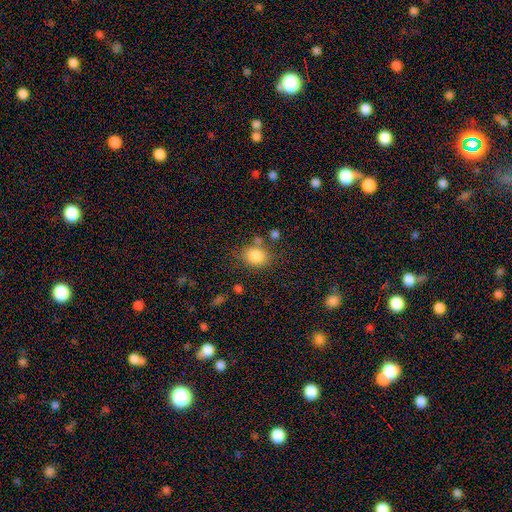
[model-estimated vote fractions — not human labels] smooth 83%, star or artifact 10%, featured or disk 7%. Down the decision tree: how rounded — in between (52%); merging — none (68%).